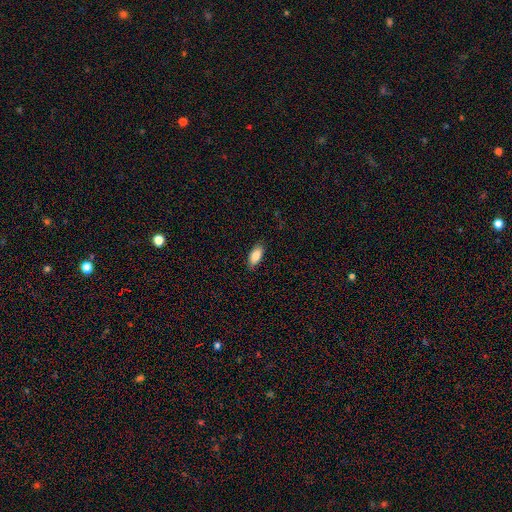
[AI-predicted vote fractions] Smooth or featured?
  - smooth: 85% *
  - featured or disk: 8%
  - star or artifact: 7%
How rounded?
  - in between: 88% *
  - cigar-shaped: 10%
  - round: 2%
Merging?
  - none: 85% *
  - minor disturbance: 12%
  - major disturbance: 2%
  - merger: 1%